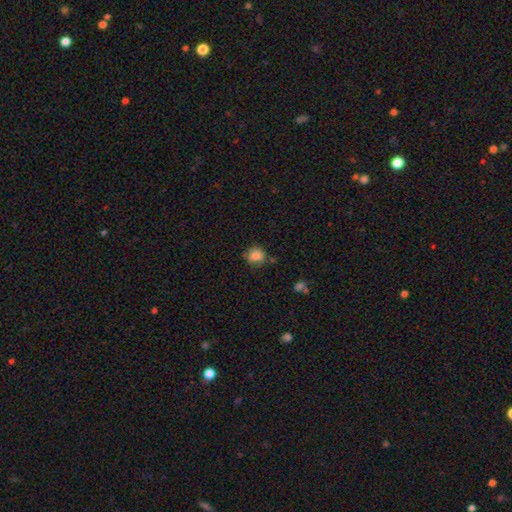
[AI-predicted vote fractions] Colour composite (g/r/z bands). It shows a smooth galaxy with no disk features (82%) that is round (76%). Merging: none (68%).